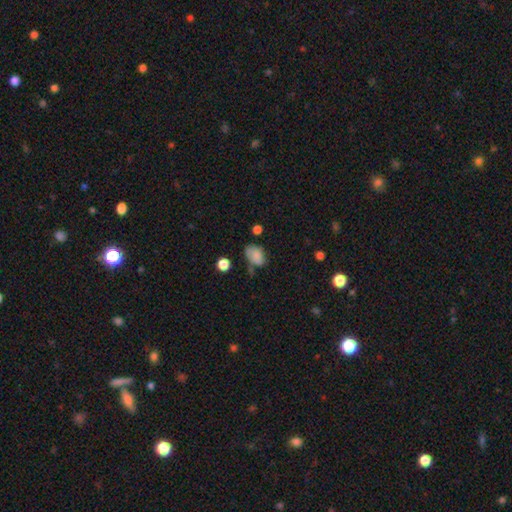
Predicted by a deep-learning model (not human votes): A smooth galaxy with no disk features (79%) that is in between round and cigar-shaped (80%). Merging: none (48%).